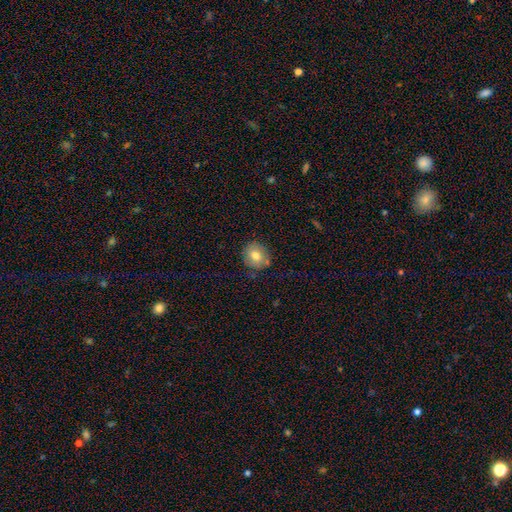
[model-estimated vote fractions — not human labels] Smooth or featured? Predicted: smooth (p=0.75). How rounded? Predicted: round (p=0.81). Merging? Predicted: none (p=0.81).